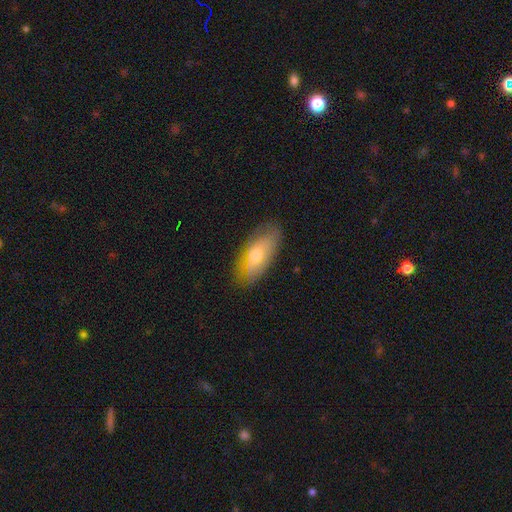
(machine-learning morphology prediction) Smooth or featured?
  - smooth: 52% *
  - featured or disk: 39%
  - star or artifact: 8%
How rounded?
  - in between: 83% *
  - cigar-shaped: 13%
  - round: 3%
Merging?
  - none: 78% *
  - minor disturbance: 17%
  - major disturbance: 4%
  - merger: 1%